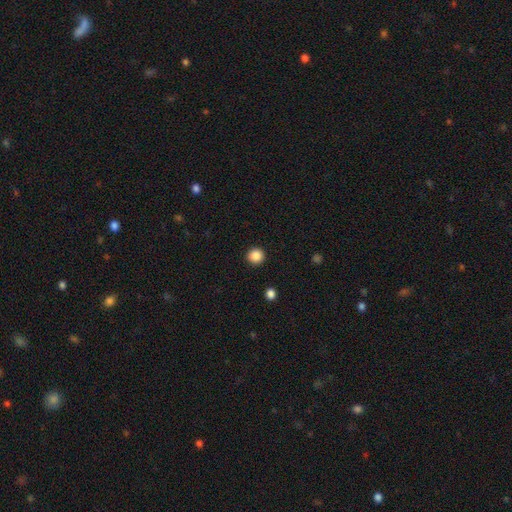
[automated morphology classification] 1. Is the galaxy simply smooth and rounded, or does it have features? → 87% smooth, 10% star or artifact, 3% featured or disk.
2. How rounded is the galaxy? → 95% round, 4% in between, 1% cigar-shaped.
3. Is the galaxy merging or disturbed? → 93% none, 4% minor disturbance, 2% major disturbance, 1% merger.